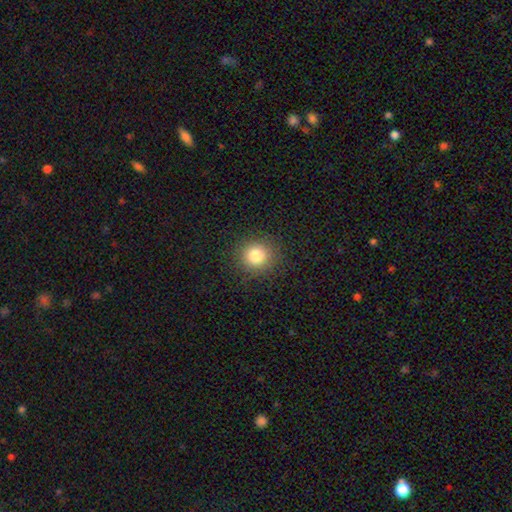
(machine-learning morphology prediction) type=smooth (82%); roundness=round (91%); merging=none (89%).